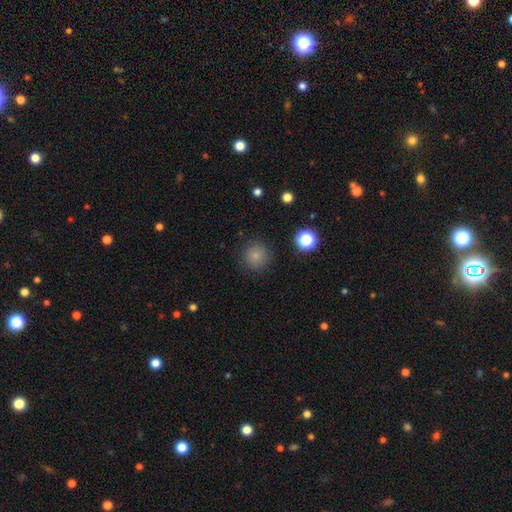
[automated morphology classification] Smooth or featured? smooth (82%)
How rounded? round (94%)
Merging? none (87%)